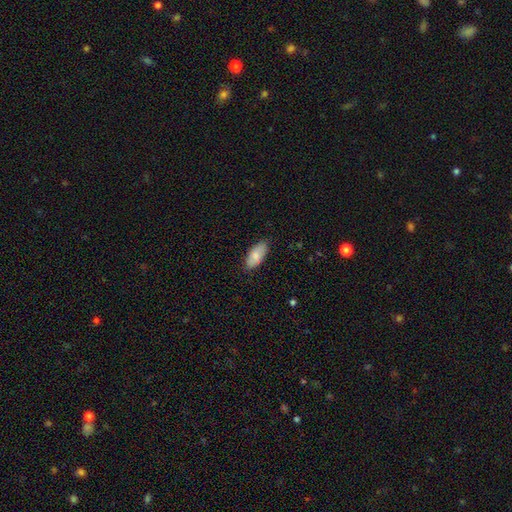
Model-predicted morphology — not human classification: This appears to be a smooth galaxy with no disk features (80%) that is in between round and cigar-shaped (89%). Merging: none (82%).